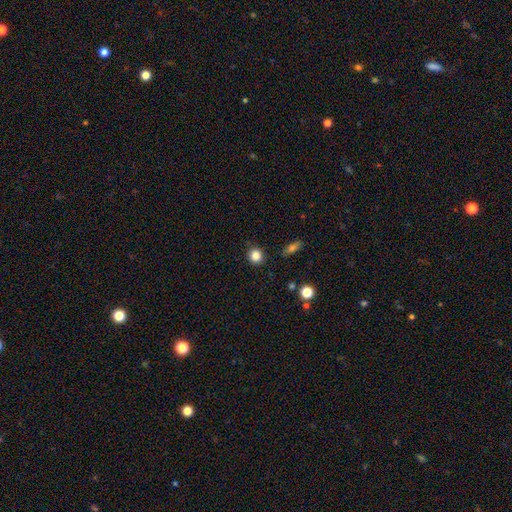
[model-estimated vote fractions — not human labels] smooth 85%, star or artifact 11%, featured or disk 4%. Down the decision tree: how rounded — round (88%); merging — none (89%).